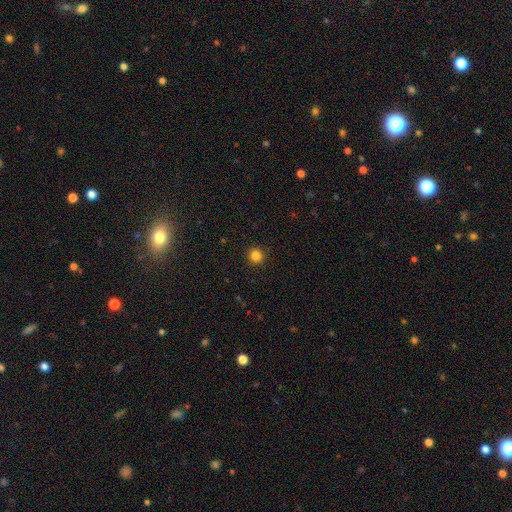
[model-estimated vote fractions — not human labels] Smooth or featured? Predicted: smooth (p=0.84). How rounded? Predicted: round (p=0.95). Merging? Predicted: none (p=0.93).